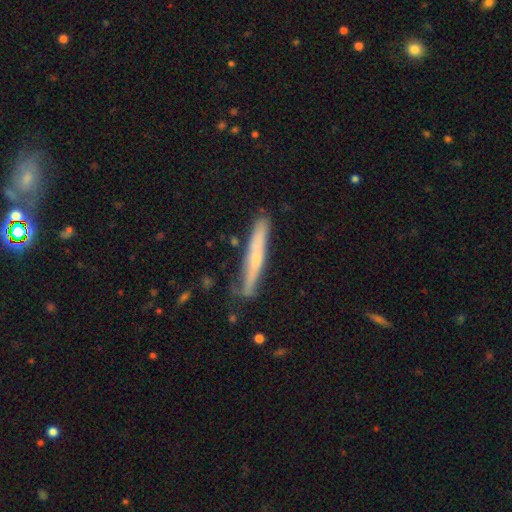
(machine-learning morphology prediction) Q: Smooth or featured?
A: featured or disk (49%); runner-up: smooth (45%)
Q: Merging?
A: none (75%); runner-up: minor disturbance (19%)